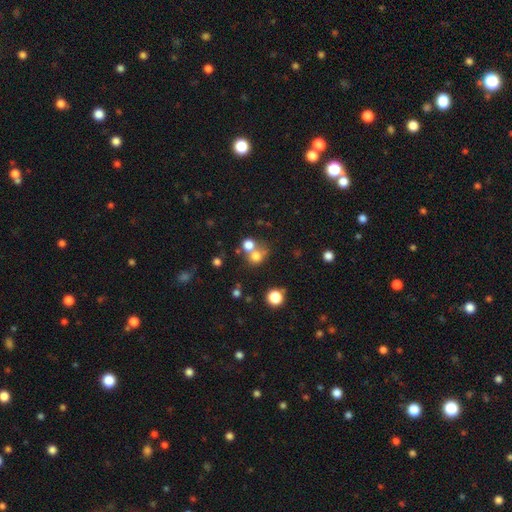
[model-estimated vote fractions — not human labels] Overall: smooth (71%). How rounded: round (82%). Merging: none (44%; merger 43%).